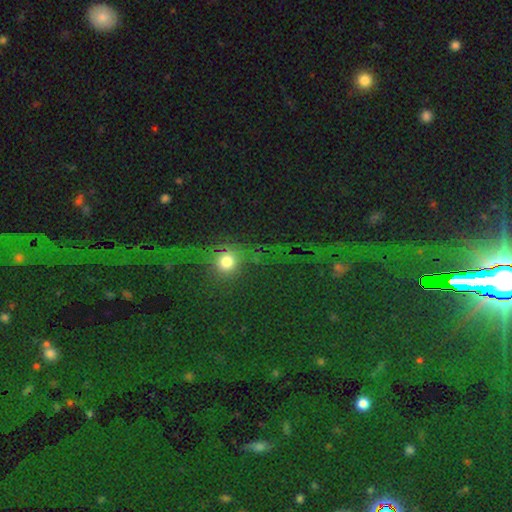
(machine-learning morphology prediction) Smooth or featured: star or artifact — 50% (smooth — 32%)